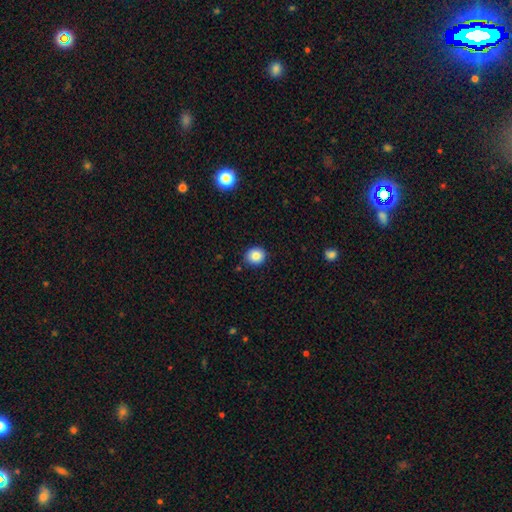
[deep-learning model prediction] This is clearly a smooth galaxy (84%). How rounded: clearly round (83%). Merging: clearly none (88%).